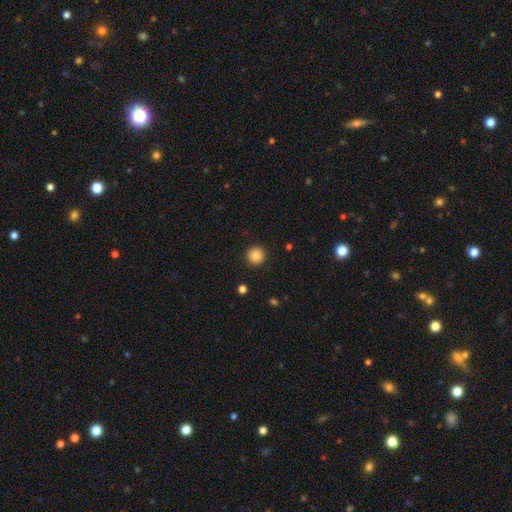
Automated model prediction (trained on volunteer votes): The model was most divided on "smooth or featured": smooth: 86%, star or artifact: 10%, featured or disk: 4%. More confident: how rounded — round (95%); merging — none (92%).